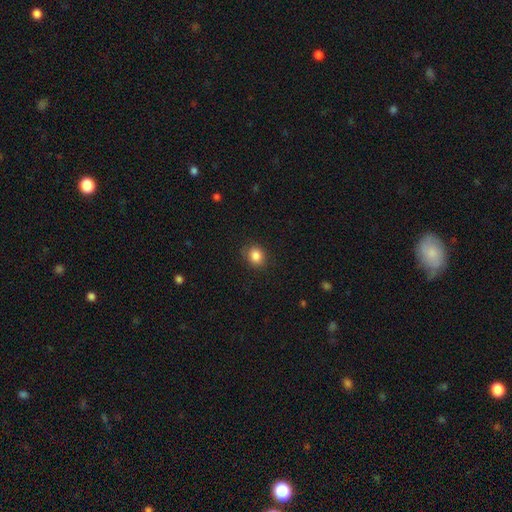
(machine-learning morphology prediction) The model was most divided on "how rounded": round: 63%, in between: 37%, cigar-shaped: 1%. More confident: smooth or featured — smooth (86%); merging — none (85%).